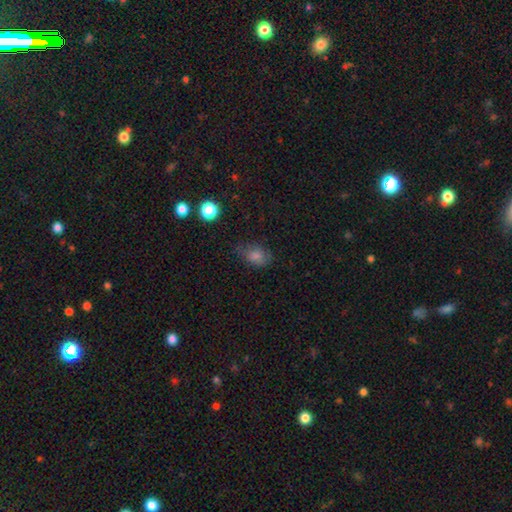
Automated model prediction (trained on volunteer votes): A smooth galaxy with no disk features (72%) that is in between round and cigar-shaped (73%).

Vote fractions:
- Smooth or featured? smooth: 72% / star or artifact: 16% / featured or disk: 13%
- How rounded? in between: 73% / round: 26% / cigar-shaped: 2%
- Merging? none: 67% / minor disturbance: 25% / major disturbance: 7% / merger: 2%